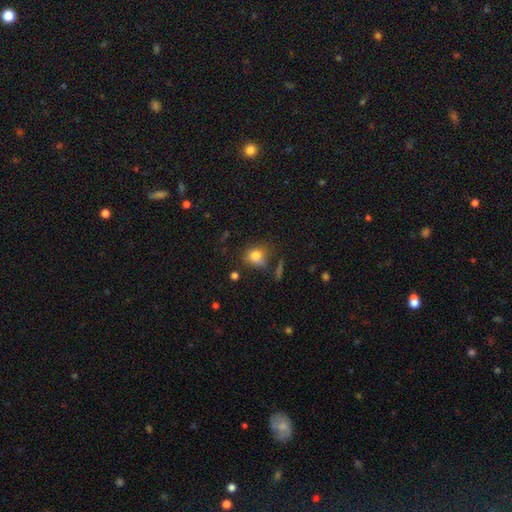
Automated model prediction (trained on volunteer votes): Q: Smooth or featured?
A: smooth (80%); runner-up: star or artifact (11%)
Q: How rounded?
A: round (60%); runner-up: in between (39%)
Q: Merging?
A: none (58%); runner-up: minor disturbance (24%)